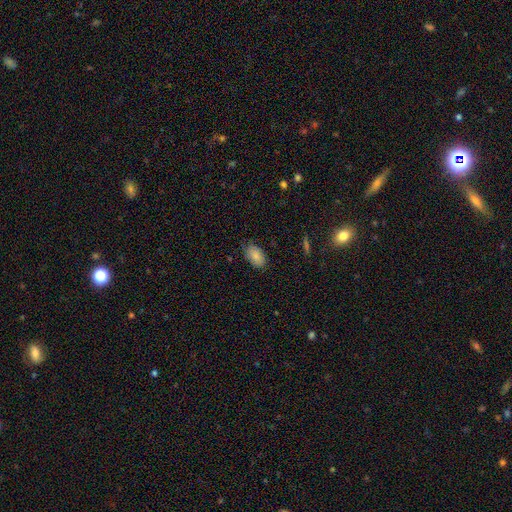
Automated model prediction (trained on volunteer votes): Smooth or featured: smooth — 85% (featured or disk — 8%)
How rounded: in between — 91% (round — 7%)
Merging: none — 76% (minor disturbance — 20%)